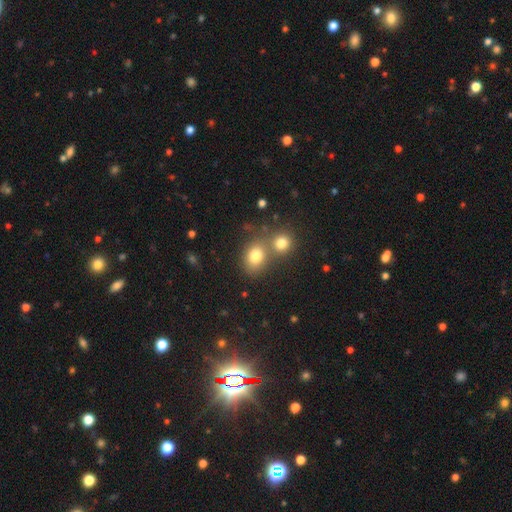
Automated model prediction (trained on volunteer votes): Smooth or featured? Predicted: smooth (p=0.78). How rounded? Predicted: round (p=0.53). Merging? Predicted: merger (p=0.44, tied with none).